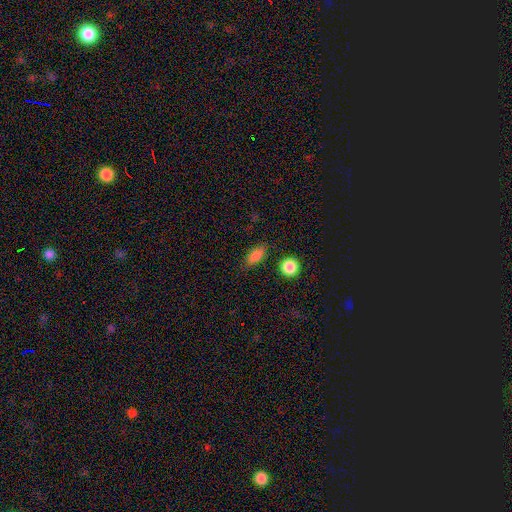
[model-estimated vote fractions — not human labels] Smooth or featured? smooth (82%)
How rounded? in between (81%)
Merging? none (76%)